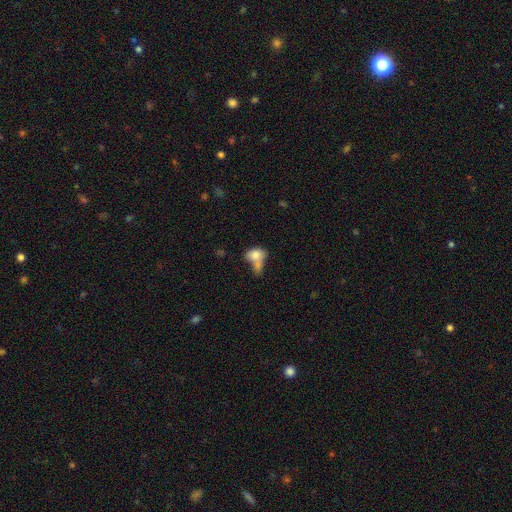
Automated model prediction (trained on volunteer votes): The model was most divided on "merging": merger: 54%, none: 23%, minor disturbance: 13%, major disturbance: 10%. More confident: smooth or featured — smooth (77%); how rounded — in between (76%).